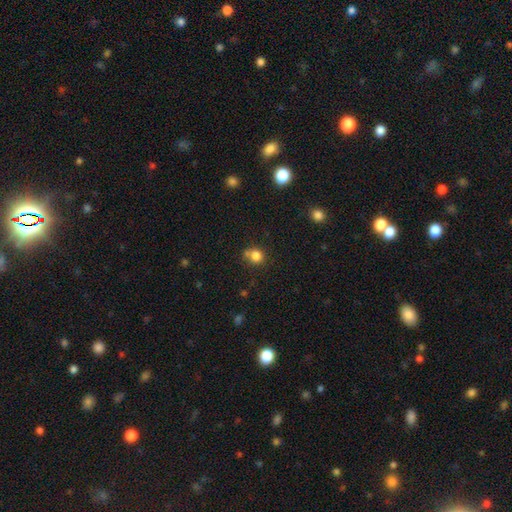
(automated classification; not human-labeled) Smooth or featured: smooth — 80% (star or artifact — 13%)
How rounded: round — 82% (in between — 18%)
Merging: none — 61% (merger — 21%)